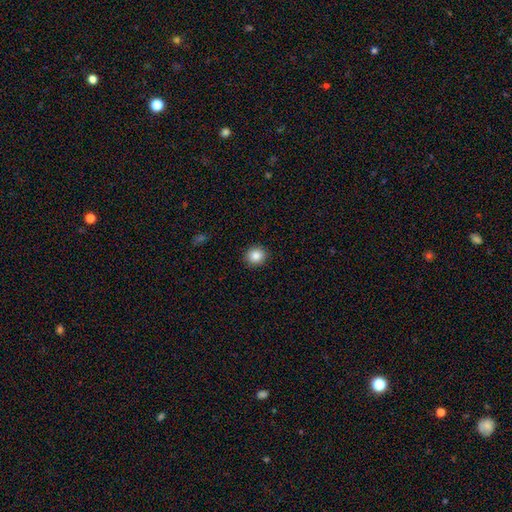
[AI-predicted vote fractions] A smooth galaxy with no disk features (86%) that is round (88%). Merging: none (91%).